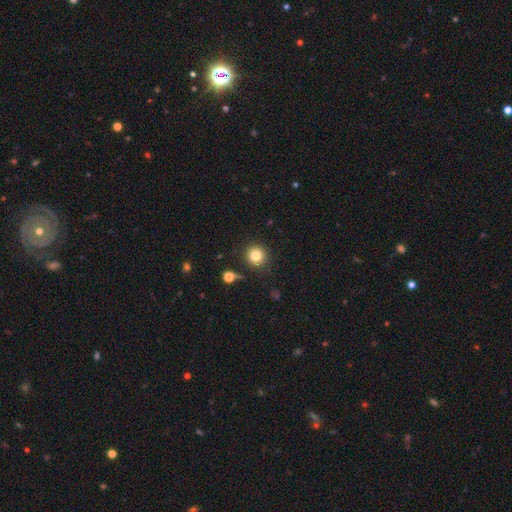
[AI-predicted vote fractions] Smooth or featured? Predicted: smooth (p=0.81). How rounded? Predicted: round (p=0.93). Merging? Predicted: none (p=0.88).